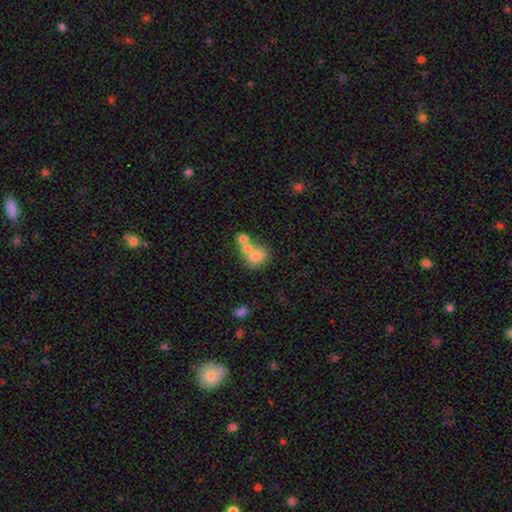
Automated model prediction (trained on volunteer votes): A smooth galaxy with no disk features (69%) that is round (72%). Merging: merger (58%).